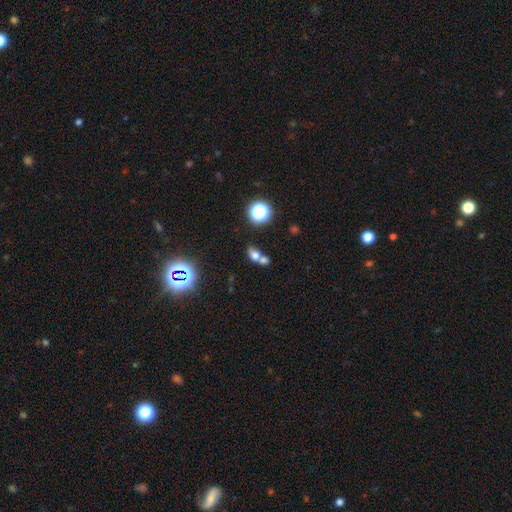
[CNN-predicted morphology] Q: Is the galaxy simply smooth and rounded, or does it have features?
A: smooth — 69%.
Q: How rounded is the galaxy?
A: in between — 66%.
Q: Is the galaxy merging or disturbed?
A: merger — 58%.